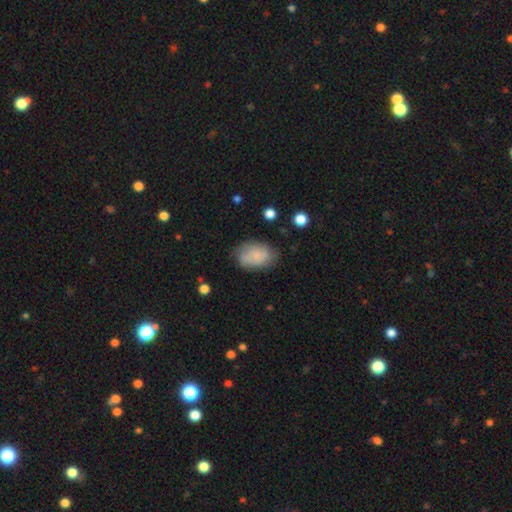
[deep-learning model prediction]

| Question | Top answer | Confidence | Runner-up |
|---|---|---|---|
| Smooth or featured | smooth | 73% | featured or disk (19%) |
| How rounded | in between | 86% | round (13%) |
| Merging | none | 68% | minor disturbance (23%) |